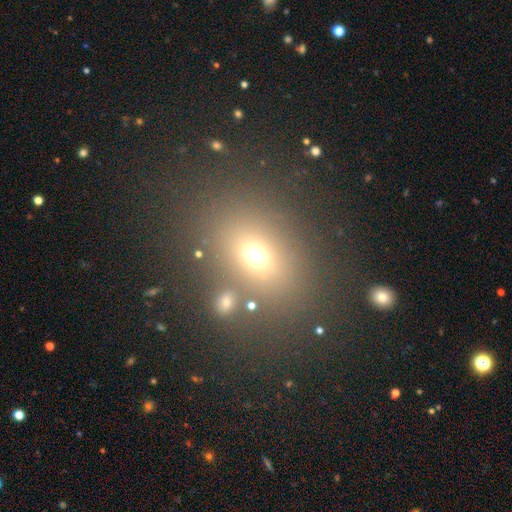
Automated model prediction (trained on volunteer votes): A smooth galaxy with no disk features (65%) that is in between round and cigar-shaped (56%).

Vote fractions:
- Smooth or featured? smooth: 65% / star or artifact: 22% / featured or disk: 13%
- How rounded? in between: 56% / round: 42% / cigar-shaped: 2%
- Merging? none: 72% / merger: 11% / minor disturbance: 11% / major disturbance: 7%